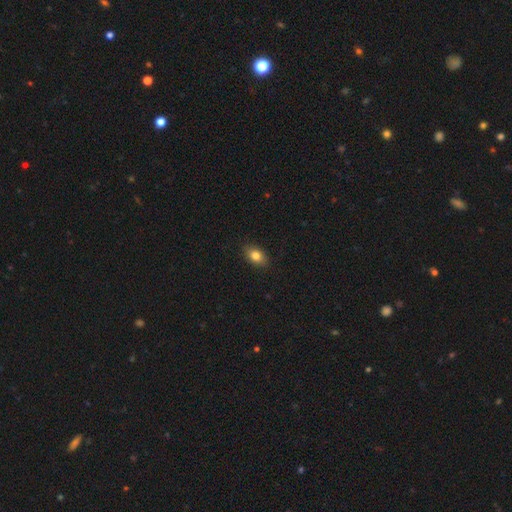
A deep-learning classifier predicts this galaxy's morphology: Smooth or featured: smooth — 83% (star or artifact — 9%)
How rounded: in between — 84% (round — 14%)
Merging: none — 89% (minor disturbance — 9%)